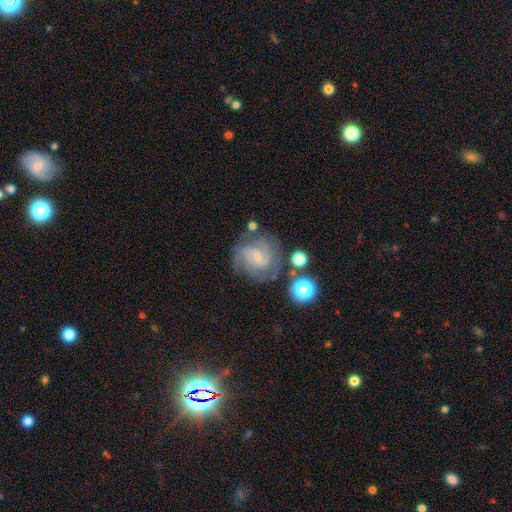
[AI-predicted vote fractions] Overall: featured or disk (80%). Edge-on disk: no (98%). Bar: no (53%; weak 40%). Spiral arms: yes (95%). Spiral arm count: 2 (32%; 3 27%). Spiral winding: tight (49%; medium 41%). Bulge size: small (77%). Merging: none (68%).